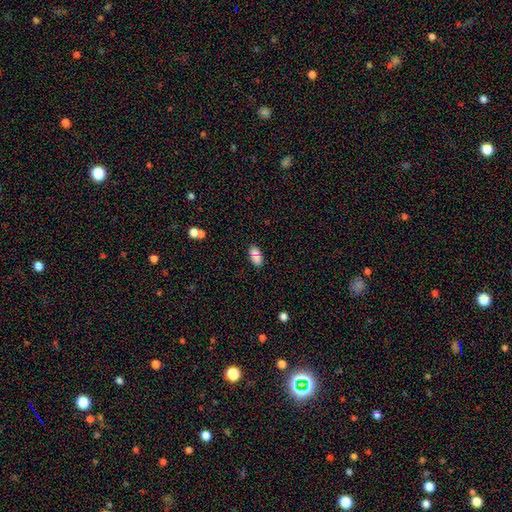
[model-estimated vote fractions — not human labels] Smooth or featured?
  - smooth: 83% *
  - featured or disk: 9%
  - star or artifact: 9%
How rounded?
  - in between: 90% *
  - cigar-shaped: 6%
  - round: 4%
Merging?
  - none: 69% *
  - minor disturbance: 15%
  - merger: 12%
  - major disturbance: 4%